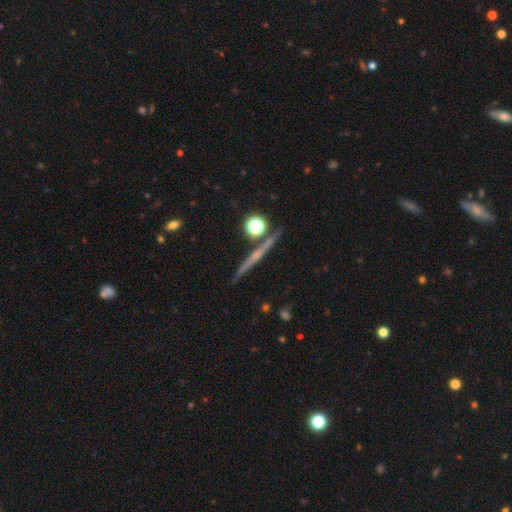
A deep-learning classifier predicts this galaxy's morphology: smooth-or-featured: featured or disk: 67% | smooth: 23% | star or artifact: 10%
  disk-edge-on: yes: 97% | no: 3%
    edge-on-bulge: rounded: 51% | none: 41% | boxy: 8%
  merging: none: 85% | minor disturbance: 8% | merger: 5% | major disturbance: 2%